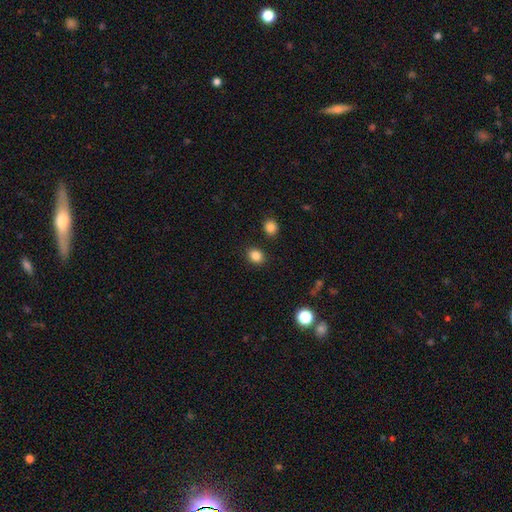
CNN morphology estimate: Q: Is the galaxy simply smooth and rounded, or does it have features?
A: smooth — 85%.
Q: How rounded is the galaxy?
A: round — 63%.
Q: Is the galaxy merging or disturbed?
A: none — 87%.